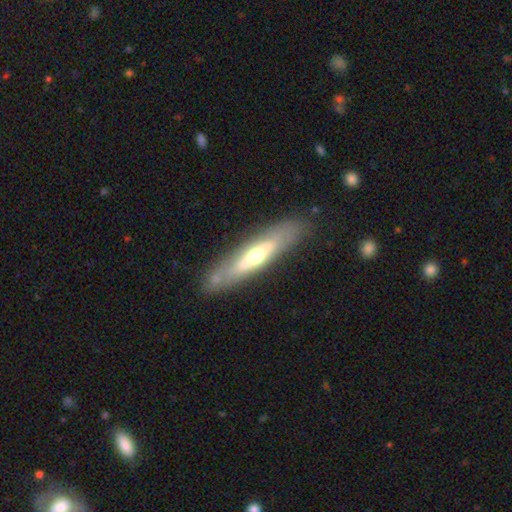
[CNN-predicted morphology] Smooth or featured?
  - featured or disk: 59% *
  - smooth: 36%
  - star or artifact: 6%
Edge-on disk?
  - yes: 56% *
  - no: 44%
Merging?
  - none: 81% *
  - minor disturbance: 12%
  - major disturbance: 4%
  - merger: 2%